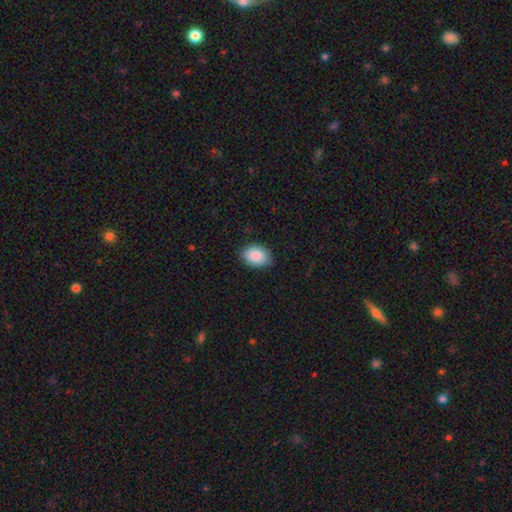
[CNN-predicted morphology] Smooth or featured?
  - smooth: 89% *
  - star or artifact: 7%
  - featured or disk: 4%
How rounded?
  - in between: 80% *
  - round: 19%
  - cigar-shaped: 1%
Merging?
  - none: 81% *
  - minor disturbance: 16%
  - major disturbance: 2%
  - merger: 1%